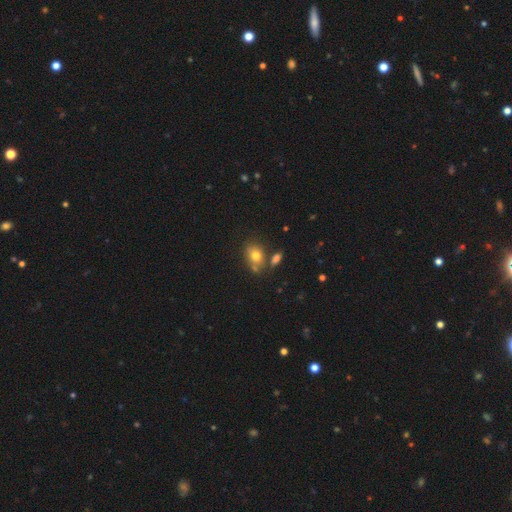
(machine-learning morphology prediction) The model was most divided on "how rounded": in between: 63%, round: 36%, cigar-shaped: 2%. More confident: smooth or featured — smooth (75%); merging — none (60%).